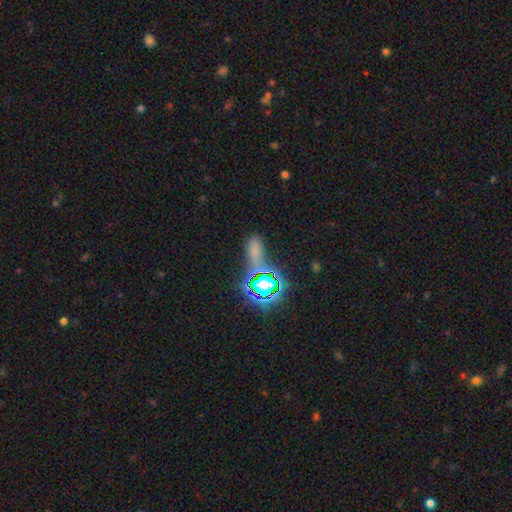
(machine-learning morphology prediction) Smooth or featured? Predicted: star or artifact (p=0.61).